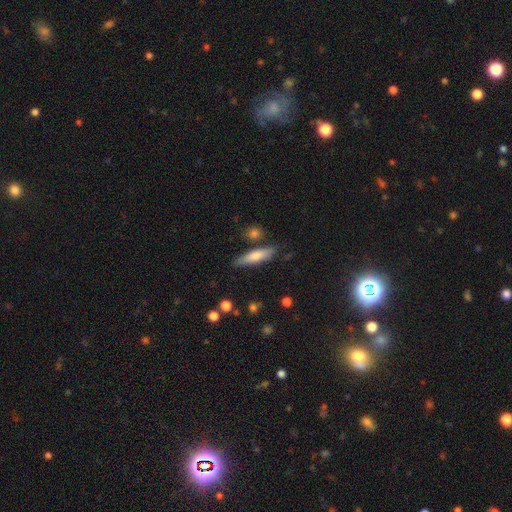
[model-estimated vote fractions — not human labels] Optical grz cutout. It shows a smooth galaxy with no disk features (69%) that is cigar-shaped (76%). Merging: none (79%).